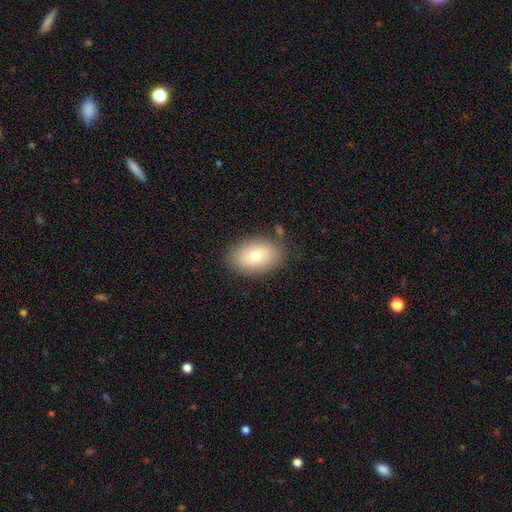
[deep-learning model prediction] Smooth or featured? Predicted: smooth (p=0.76). How rounded? Predicted: in between (p=0.85). Merging? Predicted: none (p=0.81).